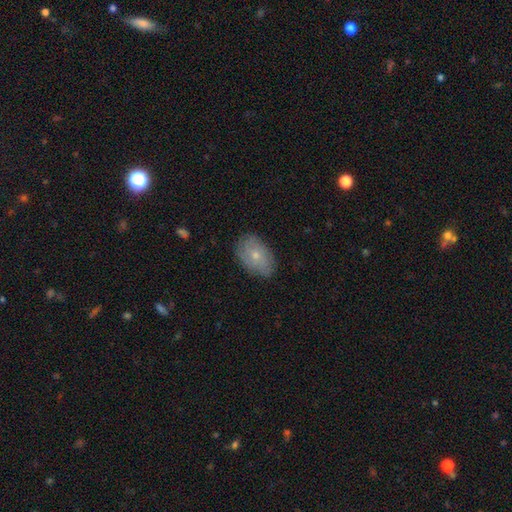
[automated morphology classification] Smooth or featured?
  - smooth: 54% *
  - featured or disk: 38%
  - star or artifact: 7%
How rounded?
  - in between: 88% *
  - round: 11%
  - cigar-shaped: 2%
Merging?
  - none: 78% *
  - minor disturbance: 17%
  - major disturbance: 4%
  - merger: 1%